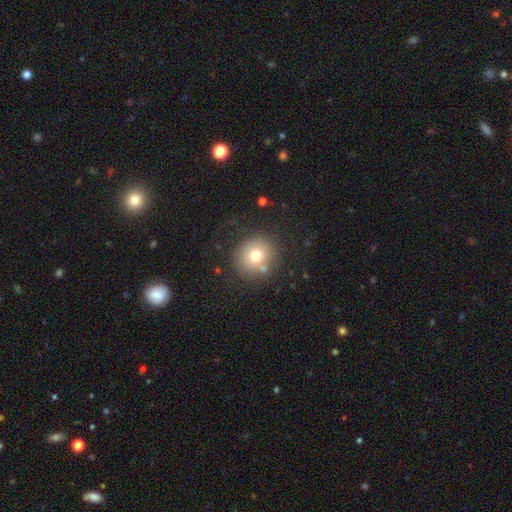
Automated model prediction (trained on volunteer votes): Smooth or featured: smooth — 73% (featured or disk — 15%)
How rounded: round — 87% (in between — 12%)
Merging: none — 75% (minor disturbance — 12%)